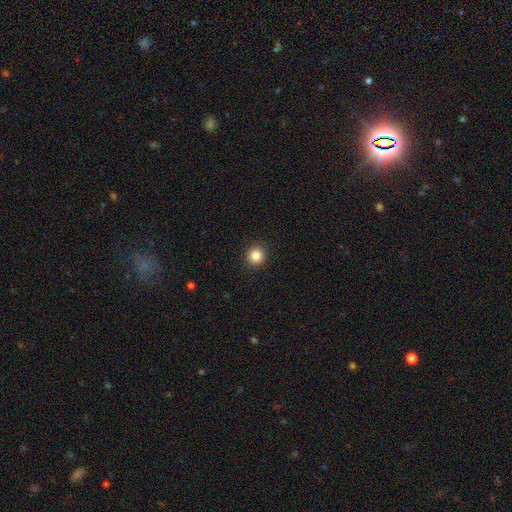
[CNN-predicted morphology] This is clearly a smooth galaxy (85%). How rounded: clearly round (94%). Merging: clearly none (92%).